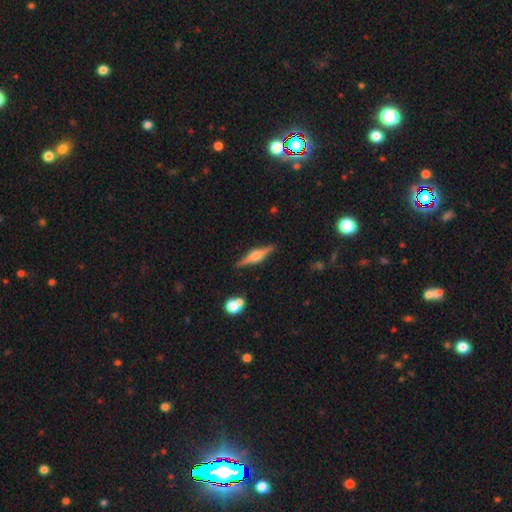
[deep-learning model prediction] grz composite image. It shows a featured or disk galaxy (78%) viewed edge-on (97%) with a rounded central bulge (89%). Merging: none (88%).